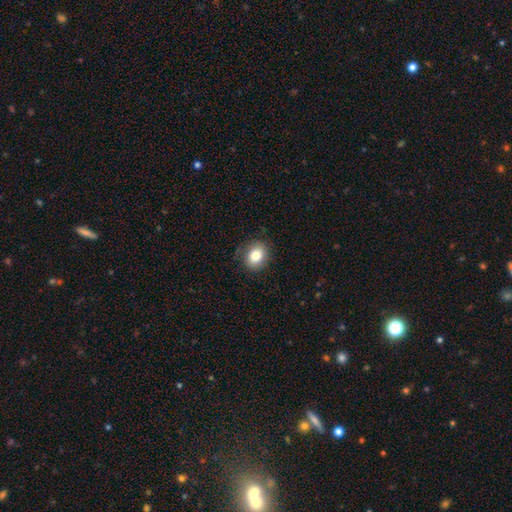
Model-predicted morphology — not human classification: smooth_or_featured: smooth (p=0.81) [alt: star or artifact p=0.10]
how_rounded: round (p=0.59) [alt: in between p=0.41]
merging: none (p=0.86) [alt: minor disturbance p=0.10]